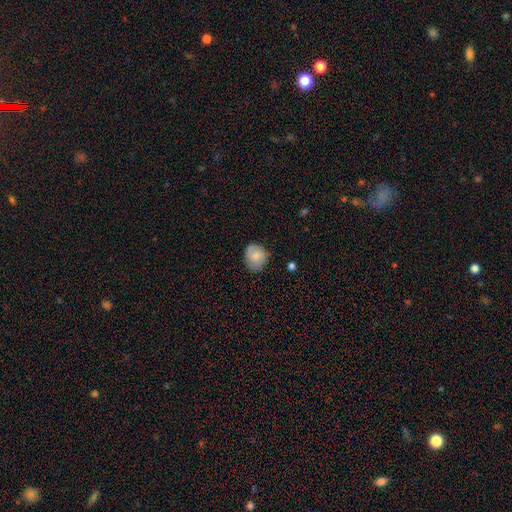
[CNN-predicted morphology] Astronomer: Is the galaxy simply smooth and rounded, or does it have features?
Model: smooth — 72%.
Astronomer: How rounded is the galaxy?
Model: round — 75%.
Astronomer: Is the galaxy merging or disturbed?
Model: none — 74%.